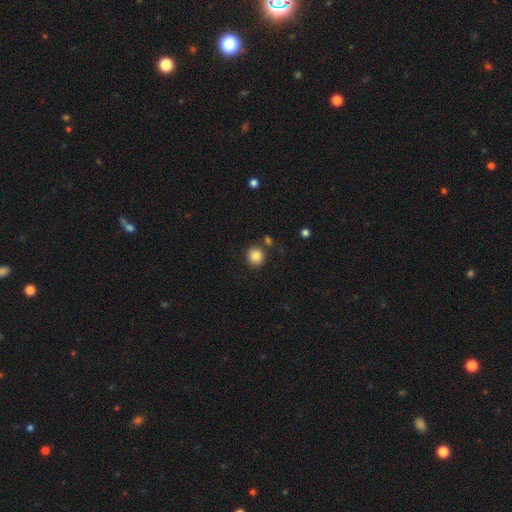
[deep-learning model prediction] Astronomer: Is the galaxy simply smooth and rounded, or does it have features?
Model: smooth — 86%.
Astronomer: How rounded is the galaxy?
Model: round — 90%.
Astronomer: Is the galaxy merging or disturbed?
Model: none — 84%.